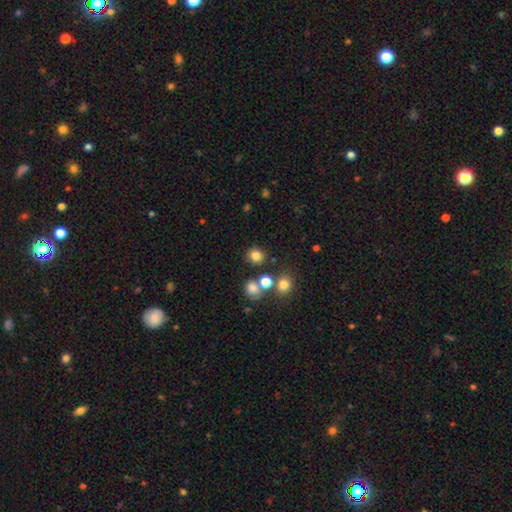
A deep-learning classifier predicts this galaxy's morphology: Smooth or featured: smooth — 79% (star or artifact — 15%)
How rounded: round — 86% (in between — 13%)
Merging: none — 80% (merger — 9%)